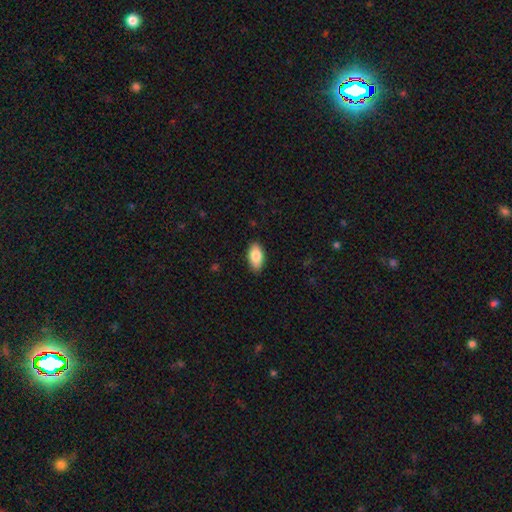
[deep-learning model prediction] Smooth or featured?
  - smooth: 85% *
  - featured or disk: 9%
  - star or artifact: 6%
How rounded?
  - in between: 93% *
  - cigar-shaped: 4%
  - round: 3%
Merging?
  - none: 87% *
  - minor disturbance: 11%
  - major disturbance: 2%
  - merger: 1%